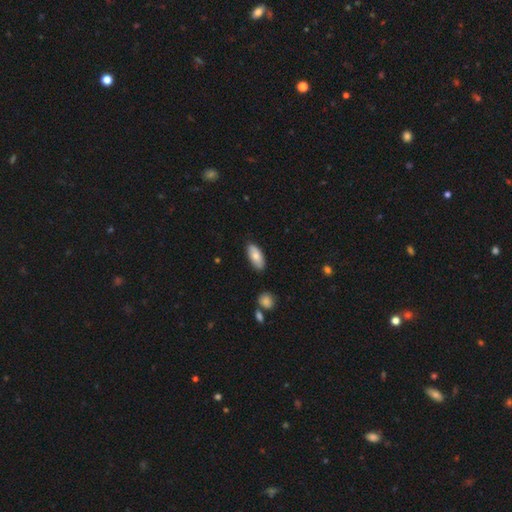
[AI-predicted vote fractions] smooth-or-featured: smooth: 76% | featured or disk: 17% | star or artifact: 6%
  how-rounded: in between: 87% | cigar-shaped: 11% | round: 2%
  merging: none: 84% | minor disturbance: 12% | major disturbance: 2% | merger: 2%